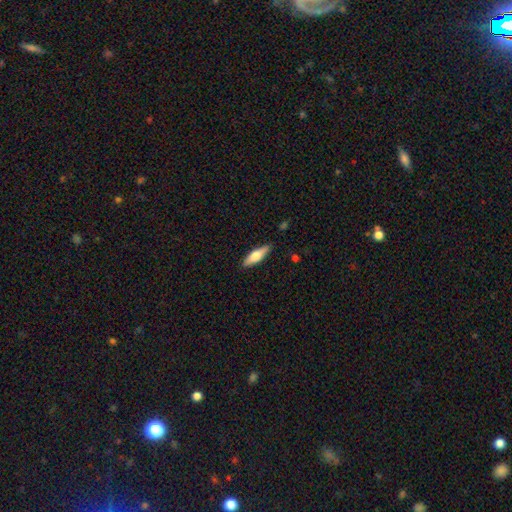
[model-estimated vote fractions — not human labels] A smooth galaxy with no disk features (60%) that is cigar-shaped (56%).

Vote fractions:
- Smooth or featured? smooth: 60% / featured or disk: 35% / star or artifact: 6%
- How rounded? cigar-shaped: 56% / in between: 42% / round: 2%
- Merging? none: 87% / minor disturbance: 10% / major disturbance: 2% / merger: 1%